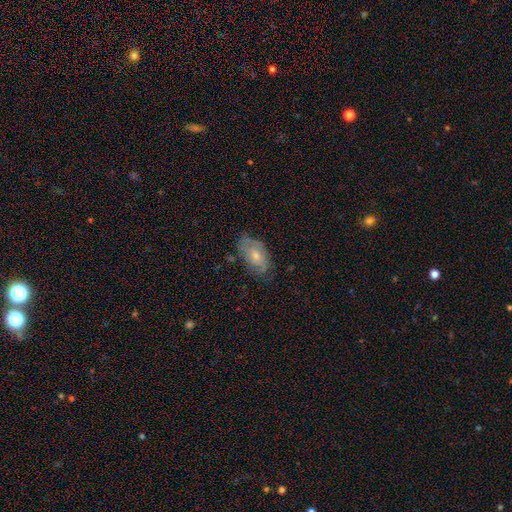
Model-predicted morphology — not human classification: A featured or disk galaxy (49%). Merging: none (70%).